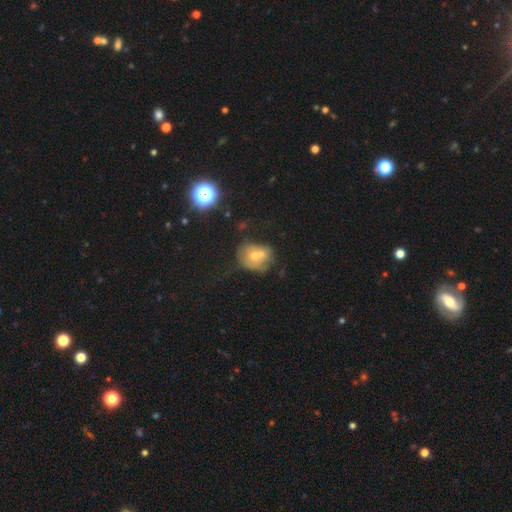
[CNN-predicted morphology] A smooth galaxy with no disk features (54%) that is round (63%). Merging: merger (52%).